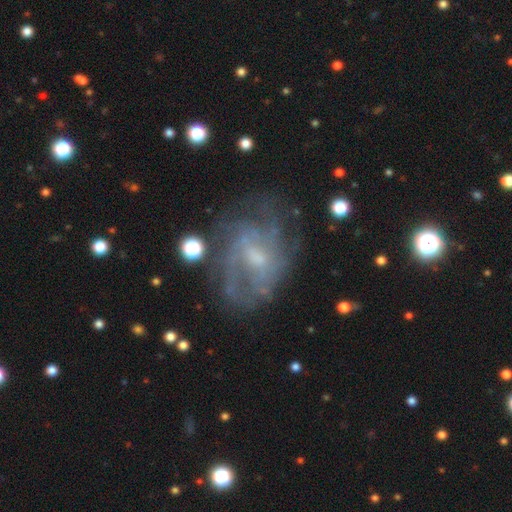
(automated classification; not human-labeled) Overall: featured or disk (76%). Edge-on disk: no (97%). Bar: no (47%; weak 45%). Spiral arms: yes (76%). Spiral arm count: can't tell (50%; 2 19%). Spiral winding: medium (41%; tight 36%). Bulge size: small (49%; moderate 33%). Merging: none (60%; minor disturbance 21%).